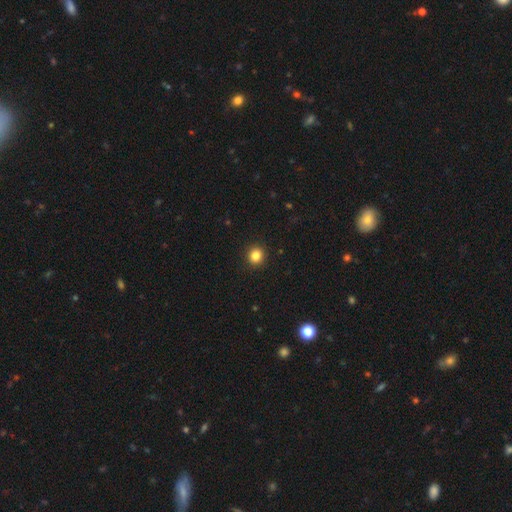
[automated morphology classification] Smooth or featured: smooth — 84% (star or artifact — 11%)
How rounded: round — 89% (in between — 10%)
Merging: none — 93% (minor disturbance — 5%)